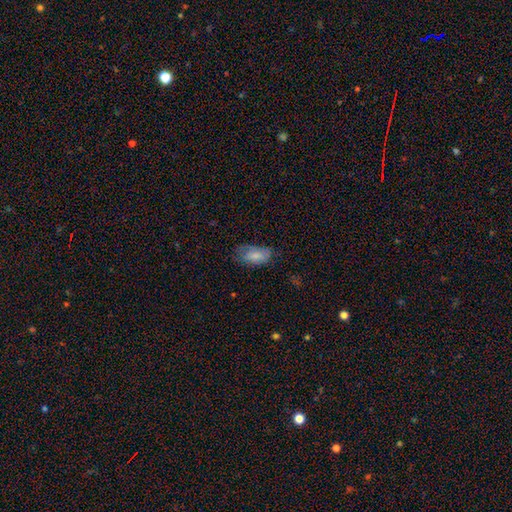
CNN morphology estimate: A smooth galaxy with no disk features (73%) that is in between round and cigar-shaped (92%). Merging: none (54%).